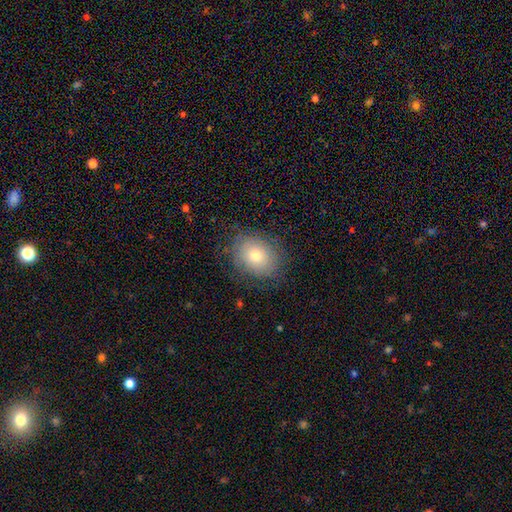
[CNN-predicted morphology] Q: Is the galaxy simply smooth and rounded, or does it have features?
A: smooth — 74%.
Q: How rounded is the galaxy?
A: in between — 53%.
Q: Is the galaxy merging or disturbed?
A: none — 79%.